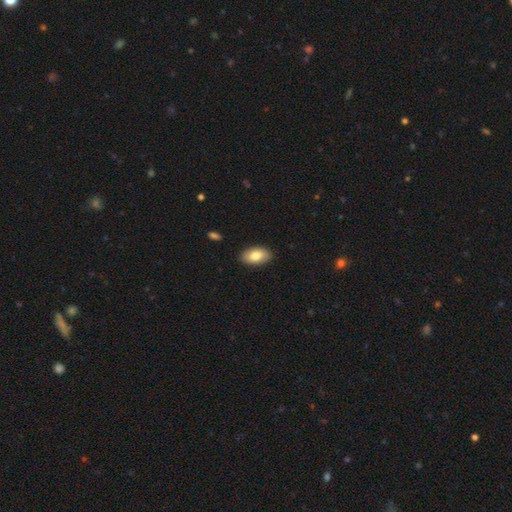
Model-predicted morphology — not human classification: type=smooth (81%); roundness=in between (94%); merging=none (89%).